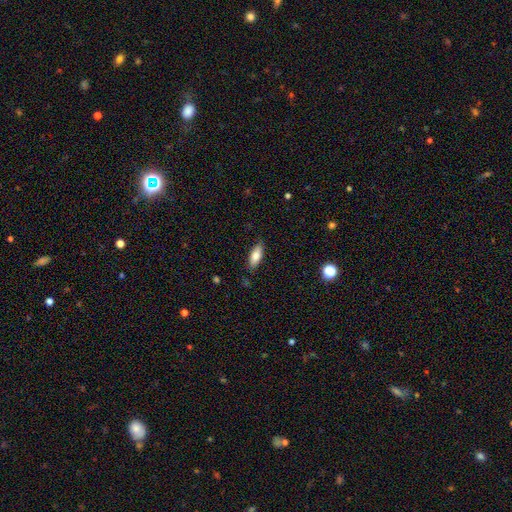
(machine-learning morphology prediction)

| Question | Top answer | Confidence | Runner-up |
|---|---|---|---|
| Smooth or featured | smooth | 78% | featured or disk (16%) |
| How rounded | in between | 70% | cigar-shaped (28%) |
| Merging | none | 83% | minor disturbance (13%) |